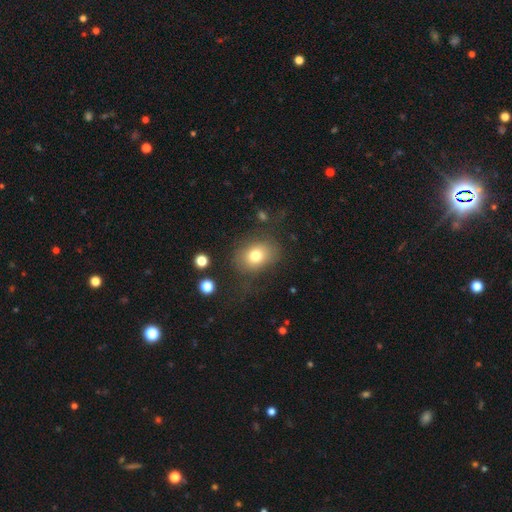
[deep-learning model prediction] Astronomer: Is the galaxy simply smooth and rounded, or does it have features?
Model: smooth — 76%.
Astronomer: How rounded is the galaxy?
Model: in between — 54% (runner-up: round, 45%).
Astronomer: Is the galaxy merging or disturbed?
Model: none — 69%.